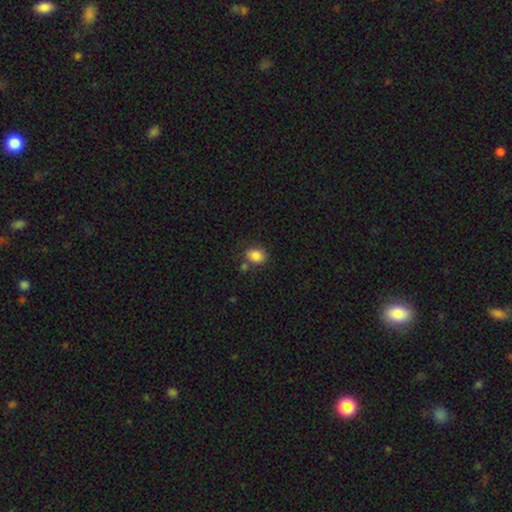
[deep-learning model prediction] smooth_or_featured: smooth (p=0.86) [alt: star or artifact p=0.09]
how_rounded: in between (p=0.58) [alt: round p=0.41]
merging: none (p=0.66) [alt: minor disturbance p=0.17]